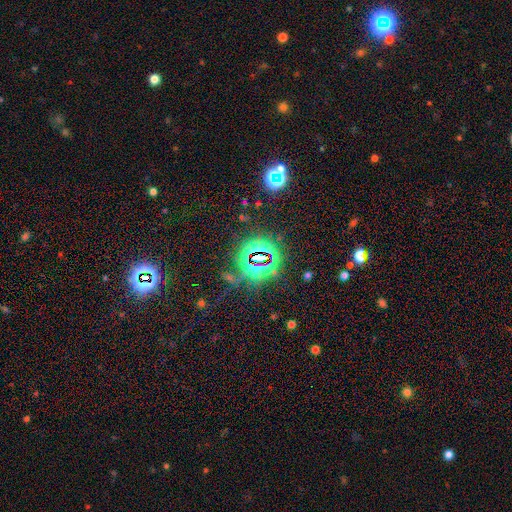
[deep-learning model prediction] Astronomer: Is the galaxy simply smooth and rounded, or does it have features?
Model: star or artifact — 82%.